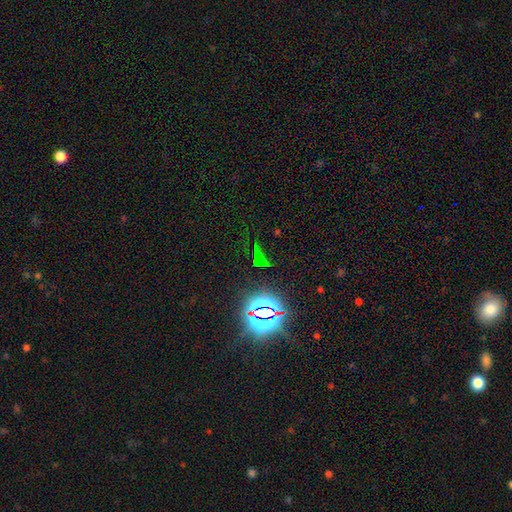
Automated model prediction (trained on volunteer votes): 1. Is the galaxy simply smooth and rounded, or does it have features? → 70% star or artifact, 20% smooth, 10% featured or disk.